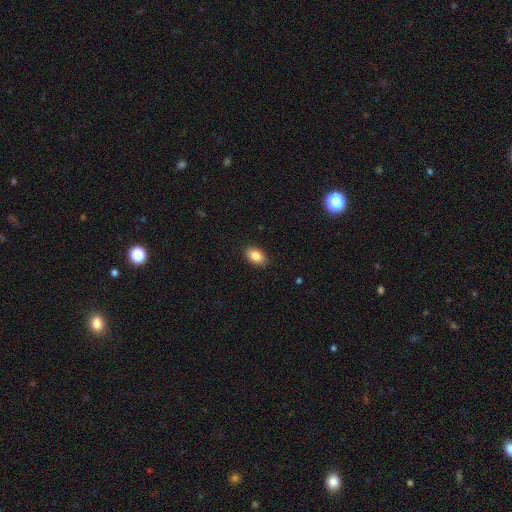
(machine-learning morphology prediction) This is clearly a smooth galaxy (86%). How rounded: clearly in between (91%). Merging: clearly none (89%).